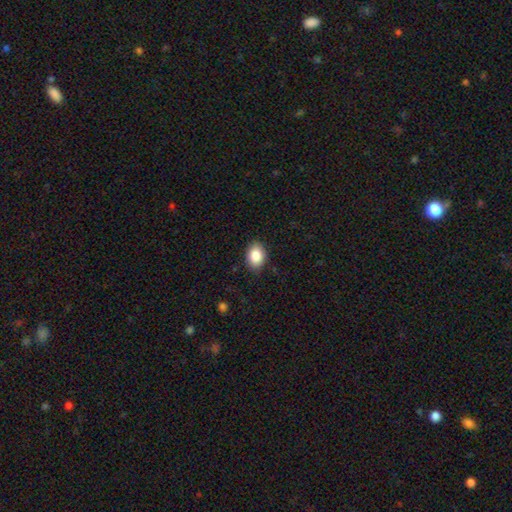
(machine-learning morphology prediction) smooth 86%, star or artifact 8%, featured or disk 6%. Down the decision tree: how rounded — in between (79%); merging — none (86%).